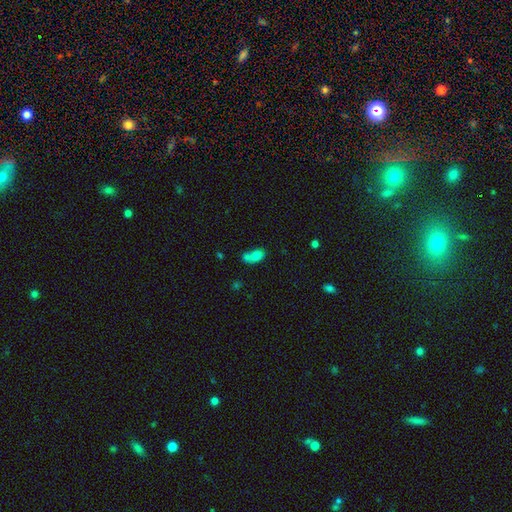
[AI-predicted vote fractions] Morphology: type=smooth (76%); roundness=in between (77%); merging=merger (53%).